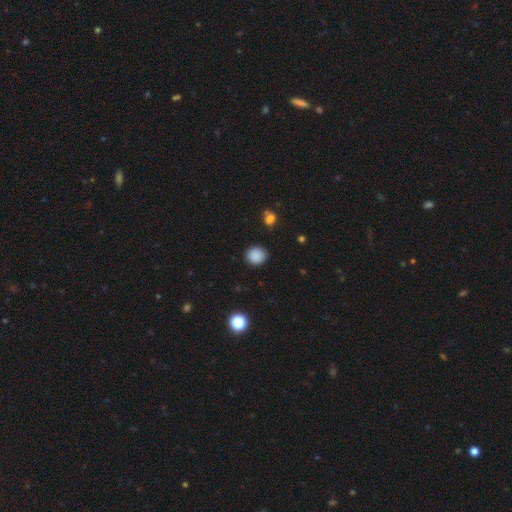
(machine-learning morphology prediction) type=smooth (87%); roundness=round (85%); merging=none (89%).